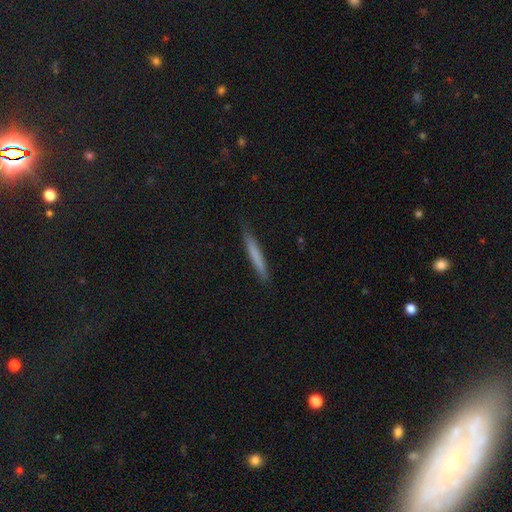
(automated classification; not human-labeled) smooth_or_featured: smooth (p=0.68) [alt: featured or disk p=0.25]
how_rounded: cigar-shaped (p=0.96) [alt: in between p=0.03]
merging: none (p=0.88) [alt: minor disturbance p=0.09]